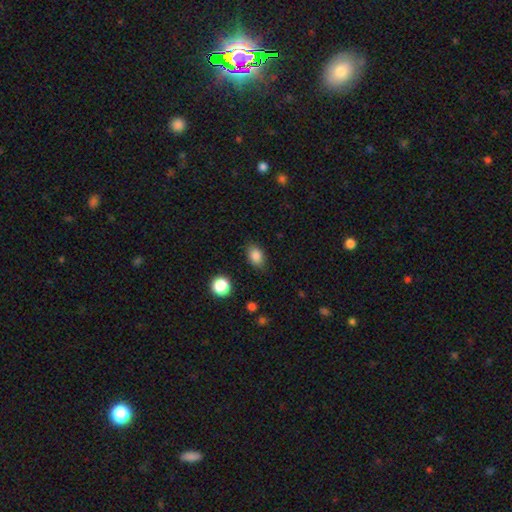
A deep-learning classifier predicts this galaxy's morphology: smooth-or-featured: smooth: 85% | star or artifact: 10% | featured or disk: 5%
  how-rounded: in between: 80% | round: 19% | cigar-shaped: 2%
  merging: none: 83% | minor disturbance: 12% | major disturbance: 3% | merger: 1%